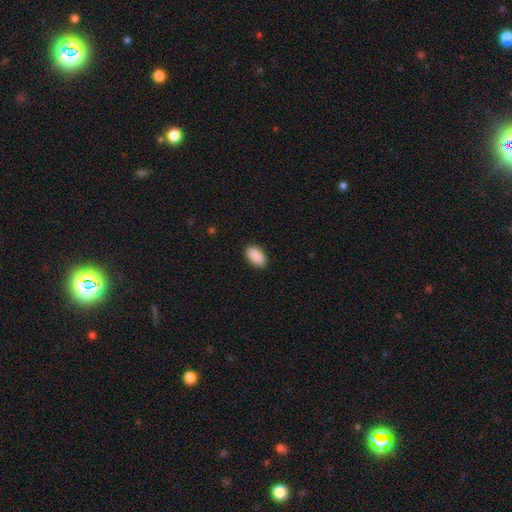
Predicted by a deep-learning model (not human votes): This is clearly a smooth galaxy (91%). How rounded: clearly in between (95%). Merging: clearly none (89%).